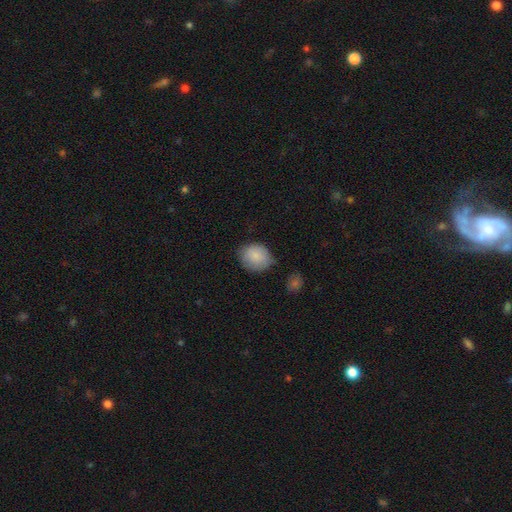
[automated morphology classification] A smooth galaxy with no disk features (86%) that is round (68%). Merging: none (66%).